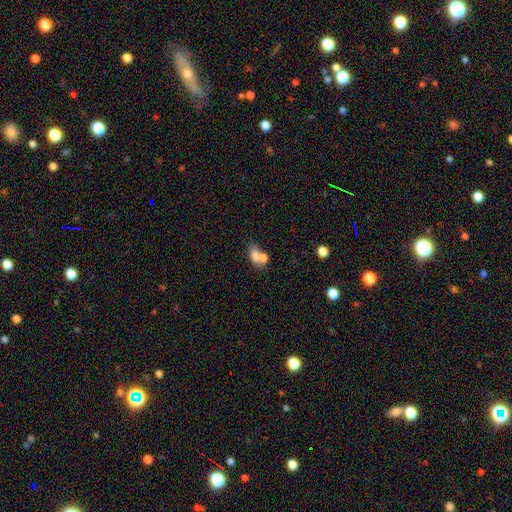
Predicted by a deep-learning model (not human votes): Smooth or featured?
  - smooth: 70% *
  - featured or disk: 19%
  - star or artifact: 11%
How rounded?
  - in between: 77% *
  - round: 19%
  - cigar-shaped: 4%
Merging?
  - merger: 54% *
  - none: 30%
  - minor disturbance: 10%
  - major disturbance: 6%